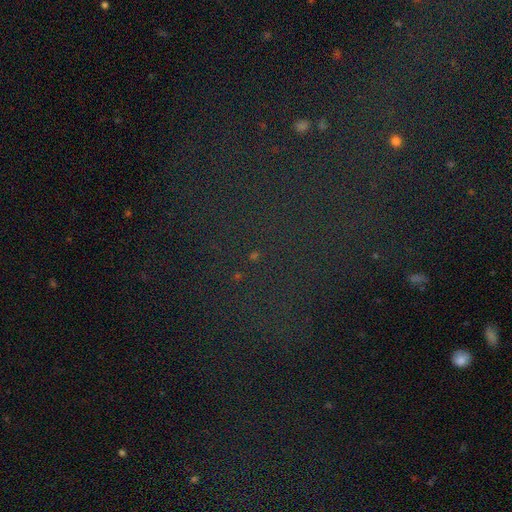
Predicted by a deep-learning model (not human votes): A star or artifact, not a galaxy (76%).